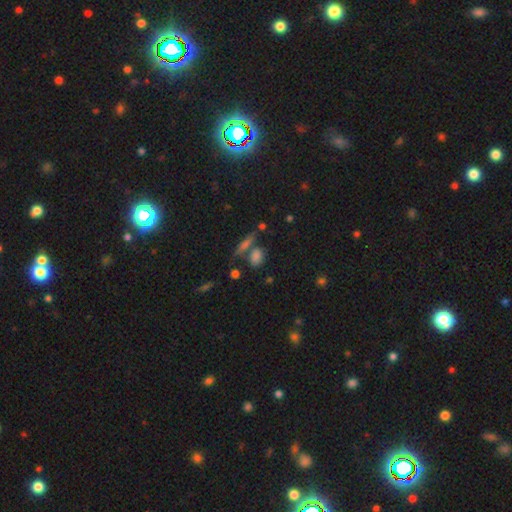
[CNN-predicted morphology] Smooth or featured: smooth — 73% (star or artifact — 15%)
How rounded: in between — 57% (round — 28%)
Merging: none — 59% (merger — 23%)